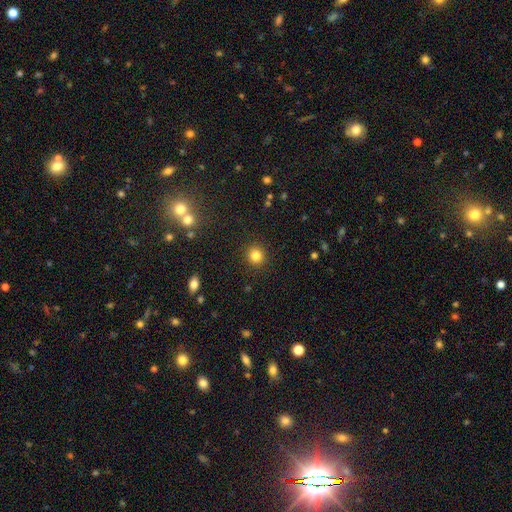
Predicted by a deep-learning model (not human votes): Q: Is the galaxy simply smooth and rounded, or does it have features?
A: smooth — 83%.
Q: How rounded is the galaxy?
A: round — 90%.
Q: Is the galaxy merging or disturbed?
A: none — 91%.